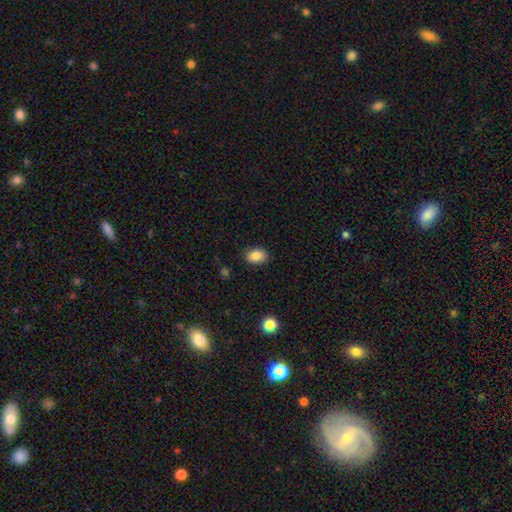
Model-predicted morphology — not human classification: Smooth or featured: smooth — 86% (star or artifact — 9%)
How rounded: in between — 85% (round — 14%)
Merging: none — 87% (minor disturbance — 10%)